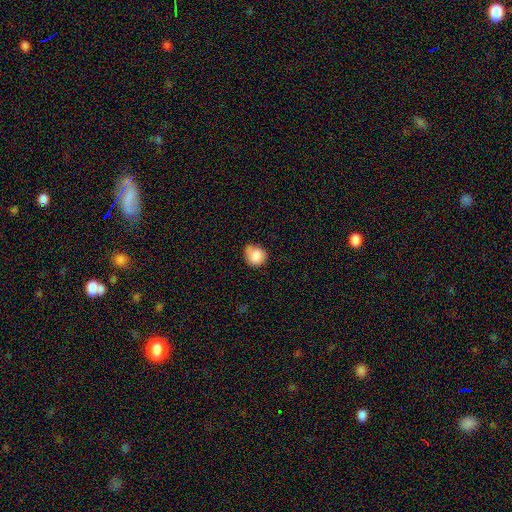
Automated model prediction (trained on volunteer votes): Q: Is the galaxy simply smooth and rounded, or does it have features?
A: smooth — 86%.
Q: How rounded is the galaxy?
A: round — 81%.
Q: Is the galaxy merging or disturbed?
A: none — 56%.